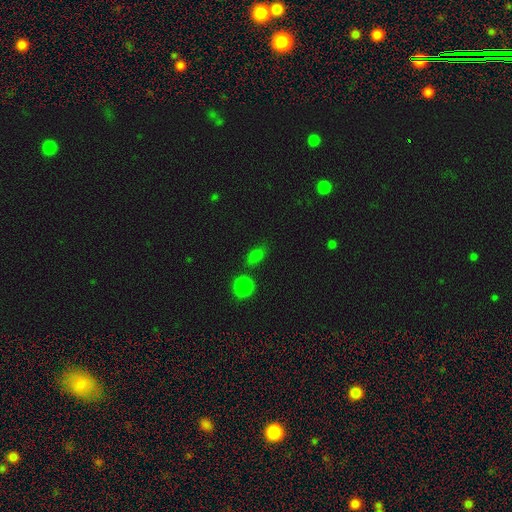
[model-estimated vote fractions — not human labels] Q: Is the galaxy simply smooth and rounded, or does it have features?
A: smooth — 78%.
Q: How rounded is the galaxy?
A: in between — 73%.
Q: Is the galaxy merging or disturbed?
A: none — 72%.